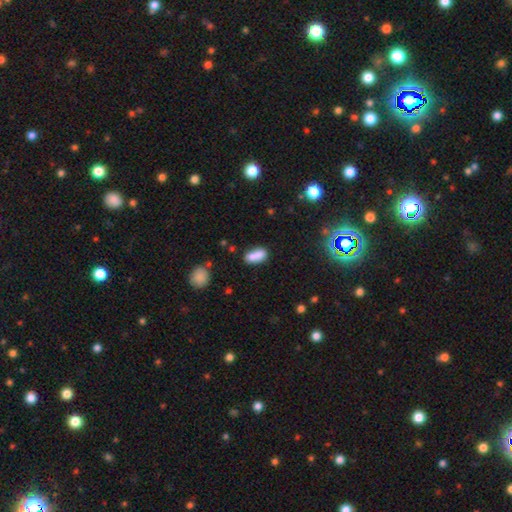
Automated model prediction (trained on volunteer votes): This is clearly a smooth galaxy (80%). How rounded: clearly in between (82%). Merging: possibly none (49%).